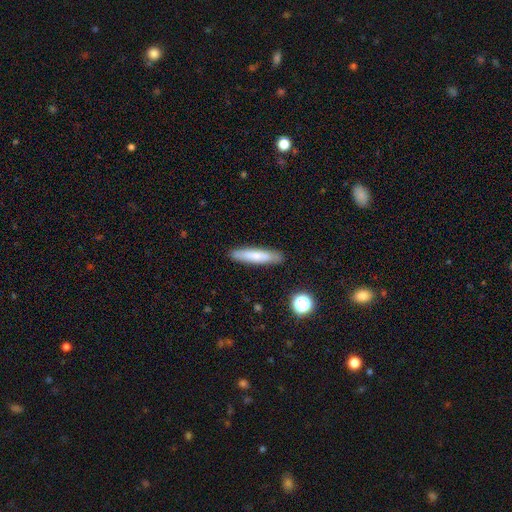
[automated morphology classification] Q: Smooth or featured?
A: smooth (72%); runner-up: featured or disk (22%)
Q: How rounded?
A: cigar-shaped (84%); runner-up: in between (14%)
Q: Merging?
A: none (87%); runner-up: minor disturbance (10%)